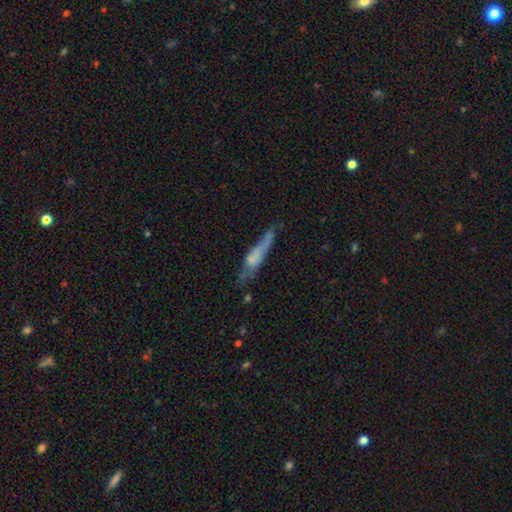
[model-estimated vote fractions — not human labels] Overall: smooth (49%; featured or disk 42%). Merging: none (54%; minor disturbance 27%).